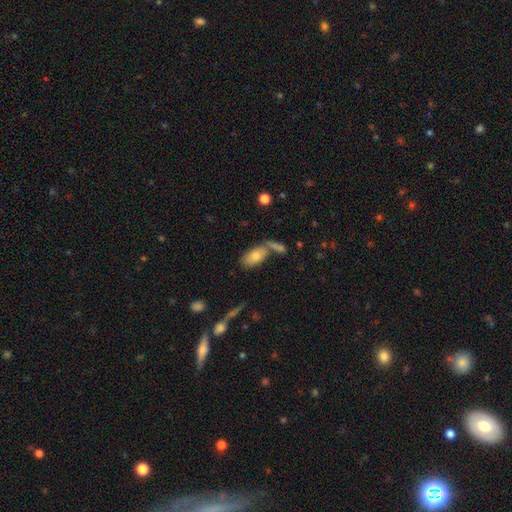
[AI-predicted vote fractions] This appears to be a smooth galaxy with no disk features (70%) that is in between round and cigar-shaped (90%). Merging: none (48%).